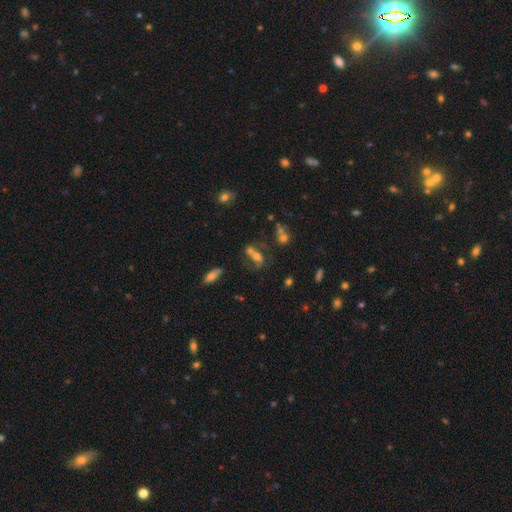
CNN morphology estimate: This appears to be a featured or disk galaxy (47%). Merging: none (42%).